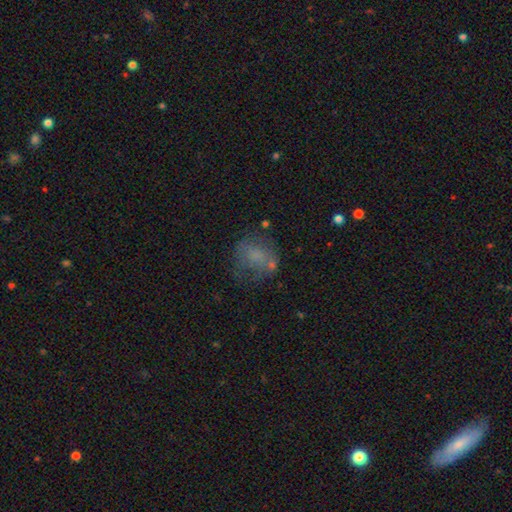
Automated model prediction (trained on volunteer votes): Morphology: type=smooth (57%); roundness=round (59%); merging=none (47%).